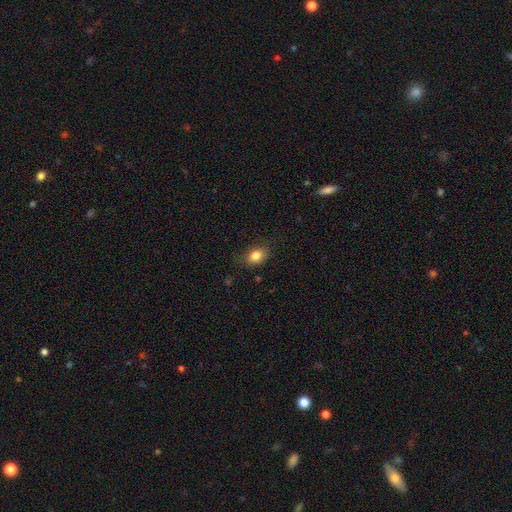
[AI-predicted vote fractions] Smooth or featured?
  - smooth: 84% *
  - star or artifact: 9%
  - featured or disk: 7%
How rounded?
  - in between: 76% *
  - round: 22%
  - cigar-shaped: 1%
Merging?
  - none: 80% *
  - minor disturbance: 15%
  - major disturbance: 4%
  - merger: 1%